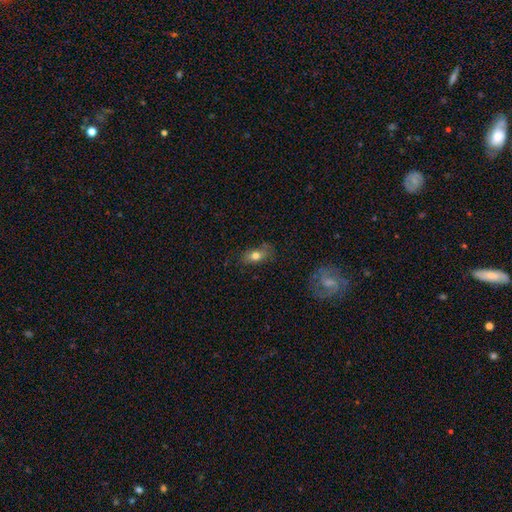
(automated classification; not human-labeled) This appears to be a smooth galaxy with no disk features (75%) that is in between round and cigar-shaped (80%). Merging: none (70%).